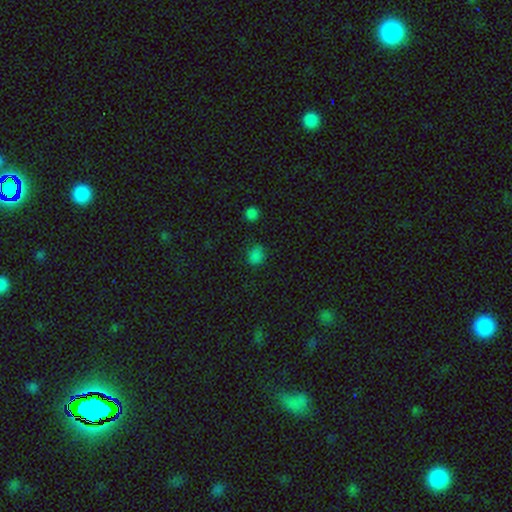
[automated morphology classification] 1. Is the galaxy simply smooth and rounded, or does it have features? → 74% smooth, 22% star or artifact, 4% featured or disk.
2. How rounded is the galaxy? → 61% round, 37% in between, 1% cigar-shaped.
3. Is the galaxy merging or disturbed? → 71% none, 20% minor disturbance, 6% major disturbance, 3% merger.